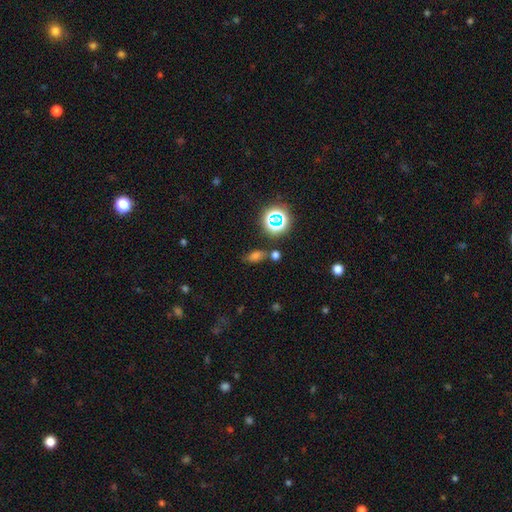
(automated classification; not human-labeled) Q: Smooth or featured?
A: smooth (60%); runner-up: star or artifact (30%)
Q: How rounded?
A: in between (73%); runner-up: round (18%)
Q: Merging?
A: none (68%); runner-up: minor disturbance (14%)